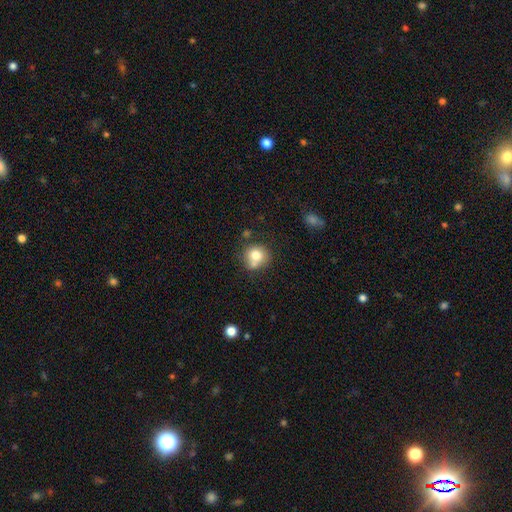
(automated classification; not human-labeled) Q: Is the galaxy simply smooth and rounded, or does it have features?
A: smooth — 77%.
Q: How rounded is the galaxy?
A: round — 84%.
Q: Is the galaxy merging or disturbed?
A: none — 56%.